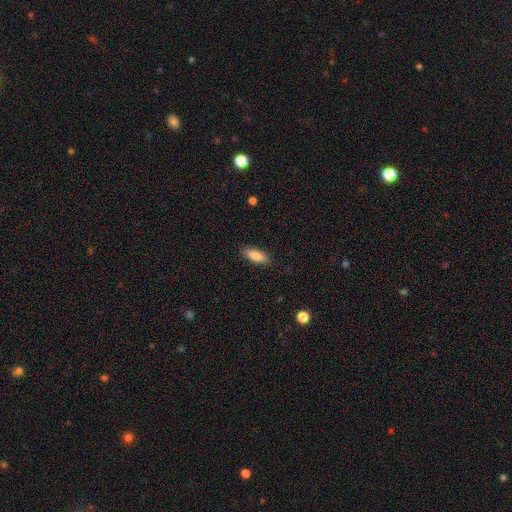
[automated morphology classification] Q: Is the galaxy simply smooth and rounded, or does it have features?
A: smooth — 85%.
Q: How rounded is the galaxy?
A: in between — 76%.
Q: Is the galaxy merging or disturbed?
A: none — 87%.